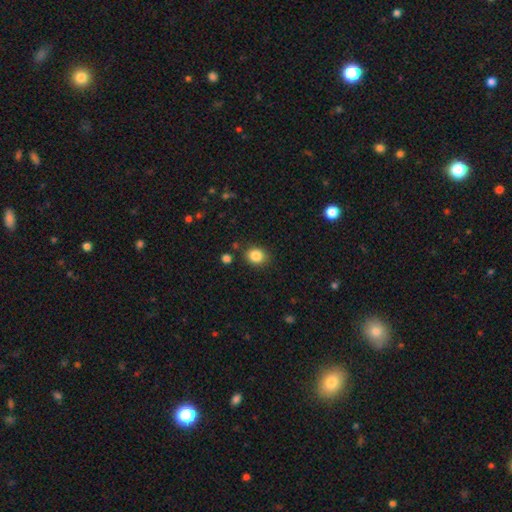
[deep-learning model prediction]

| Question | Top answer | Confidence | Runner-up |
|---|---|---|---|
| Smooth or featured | smooth | 86% | star or artifact (10%) |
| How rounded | round | 68% | in between (32%) |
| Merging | none | 84% | minor disturbance (10%) |